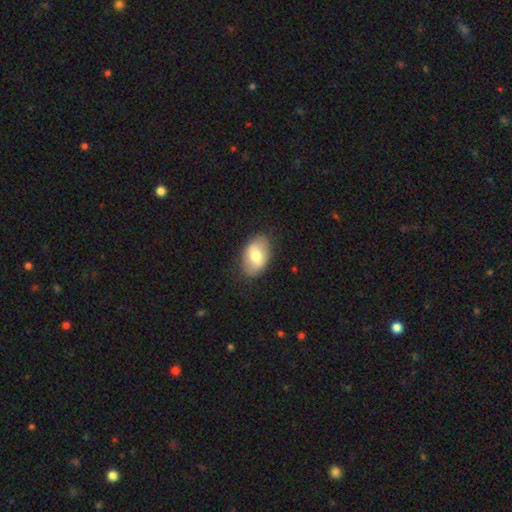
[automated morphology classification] smooth_or_featured: smooth (p=0.70) [alt: featured or disk p=0.24]
how_rounded: in between (p=0.91) [alt: round p=0.08]
merging: none (p=0.82) [alt: minor disturbance p=0.13]